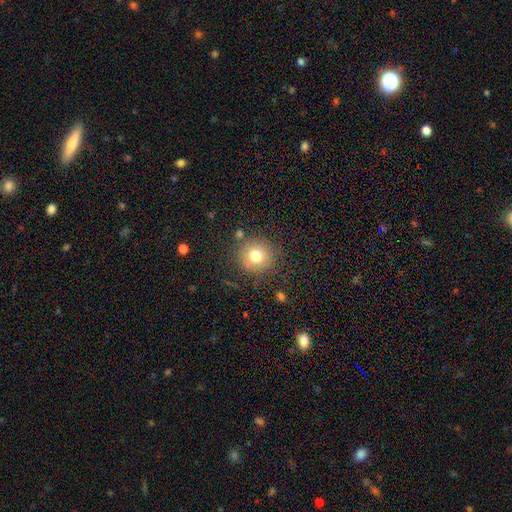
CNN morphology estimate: A smooth galaxy with no disk features (75%) that is round (90%).

Vote fractions:
- Smooth or featured? smooth: 75% / featured or disk: 12% / star or artifact: 12%
- How rounded? round: 90% / in between: 9% / cigar-shaped: 1%
- Merging? none: 81% / minor disturbance: 11% / merger: 4% / major disturbance: 4%